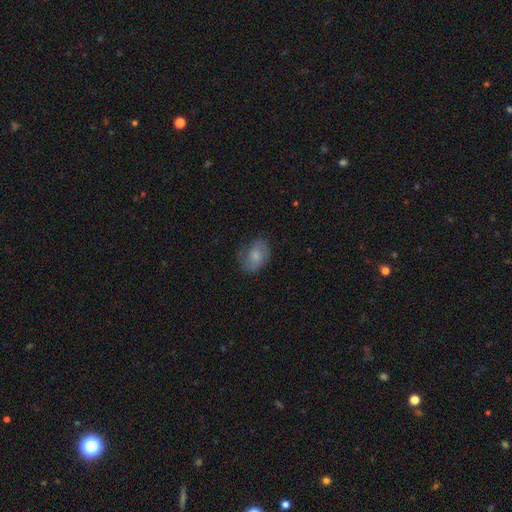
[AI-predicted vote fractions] The model was most divided on "merging": none: 62%, minor disturbance: 26%, major disturbance: 11%, merger: 1%. More confident: how rounded — in between (76%); smooth or featured — smooth (65%).